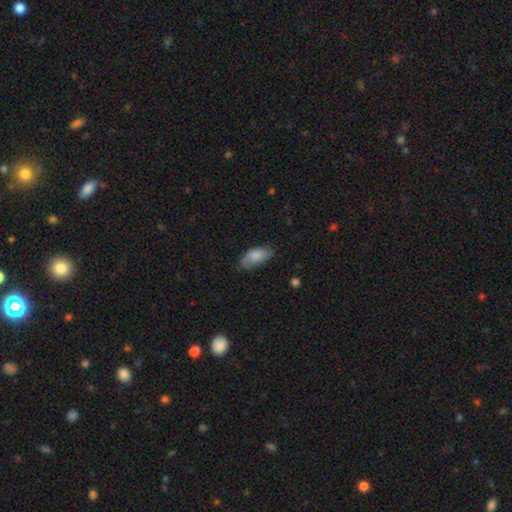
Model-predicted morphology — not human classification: Overall: smooth (82%). How rounded: in between (89%). Merging: none (64%; minor disturbance 28%).